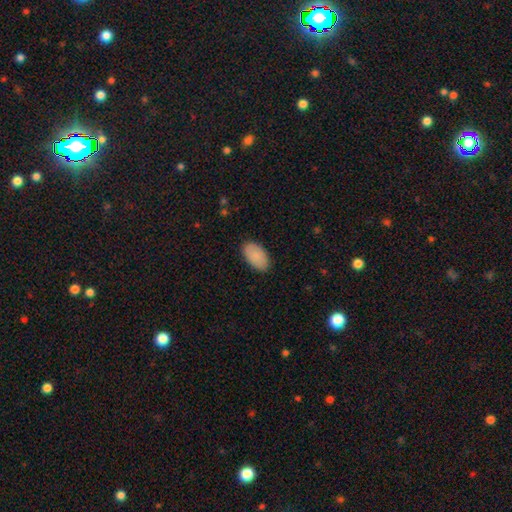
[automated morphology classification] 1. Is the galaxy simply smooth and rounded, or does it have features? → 87% smooth, 7% featured or disk, 6% star or artifact.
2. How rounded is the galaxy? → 95% in between, 4% round, 1% cigar-shaped.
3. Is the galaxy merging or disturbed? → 86% none, 11% minor disturbance, 2% major disturbance, 1% merger.